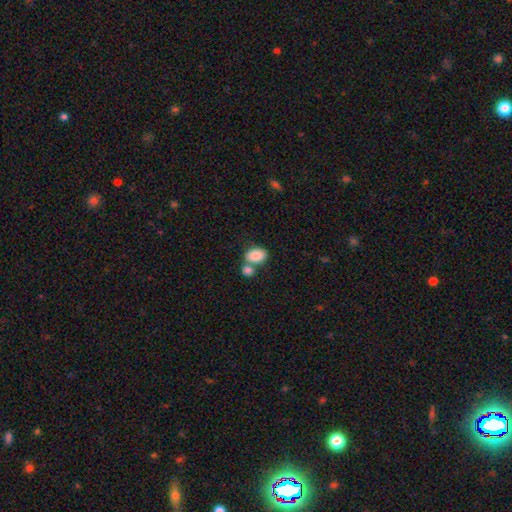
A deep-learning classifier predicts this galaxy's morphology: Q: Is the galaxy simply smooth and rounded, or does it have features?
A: smooth — 86%.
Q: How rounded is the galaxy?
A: in between — 84%.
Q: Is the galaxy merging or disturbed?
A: none — 46%.